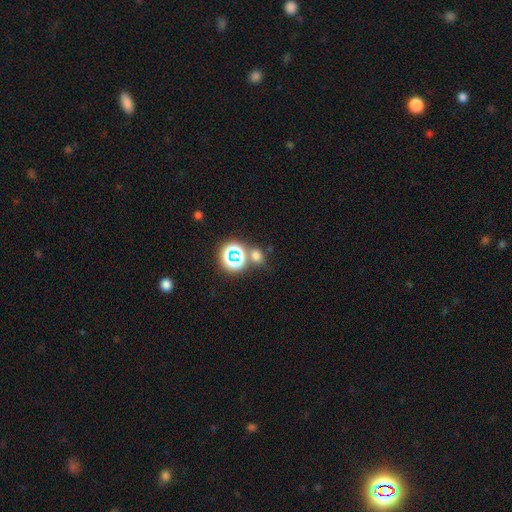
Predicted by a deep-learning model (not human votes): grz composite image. It shows a smooth galaxy with no disk features (54%) that is round (69%). Merging: none (68%).